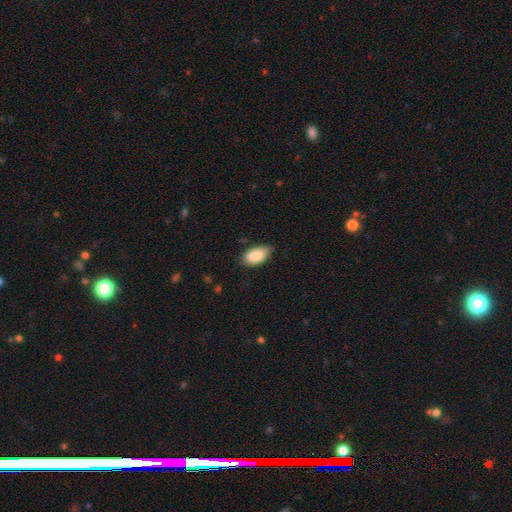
smooth_or_featured: smooth (p=0.95) [alt: star or artifact p=0.05]
how_rounded: in between (p=0.83) [alt: round p=0.08]
merging: minor disturbance (p=0.50) [alt: none p=0.42]